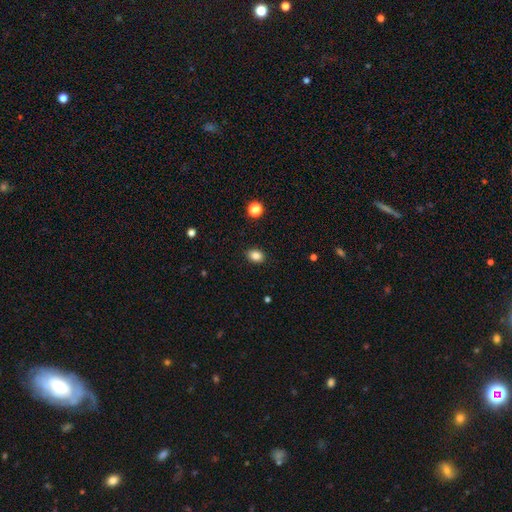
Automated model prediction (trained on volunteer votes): smooth 85%, star or artifact 10%, featured or disk 4%. Down the decision tree: how rounded — in between (67%); merging — none (89%).